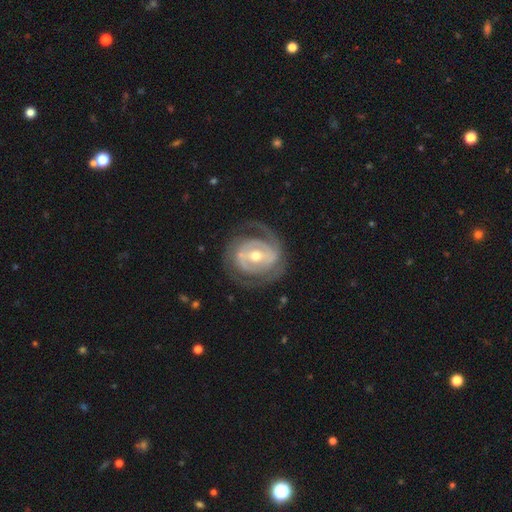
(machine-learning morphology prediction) Smooth or featured? featured or disk (87%)
Edge-on disk? no (97%)
Bar? weak (40%)
Spiral arms? yes (89%)
Spiral winding? tight (54%)
Spiral arm count? 2 (67%)
Bulge size? moderate (66%)
Merging? none (73%)